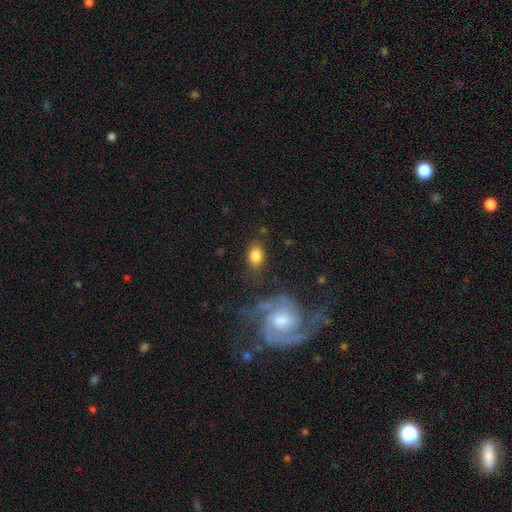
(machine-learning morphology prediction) A smooth galaxy with no disk features (83%) that is in between round and cigar-shaped (78%). Merging: none (76%).